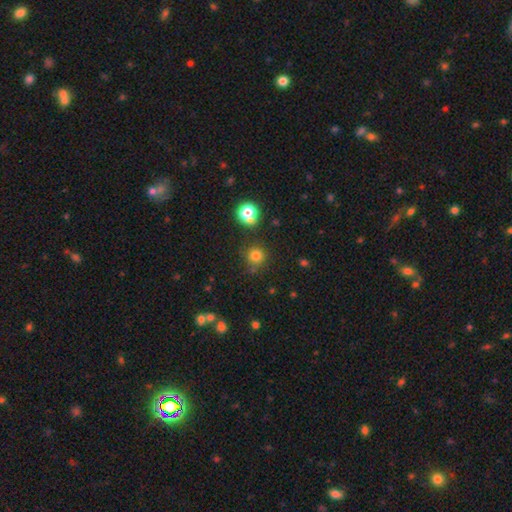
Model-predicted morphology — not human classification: A smooth galaxy with no disk features (78%) that is round (93%). Merging: none (81%).